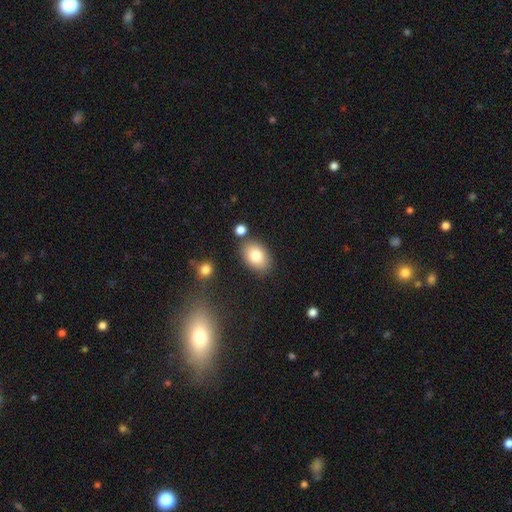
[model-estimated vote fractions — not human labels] Smooth or featured?
  - smooth: 82% *
  - featured or disk: 10%
  - star or artifact: 8%
How rounded?
  - in between: 84% *
  - round: 14%
  - cigar-shaped: 1%
Merging?
  - none: 80% *
  - minor disturbance: 11%
  - merger: 6%
  - major disturbance: 3%